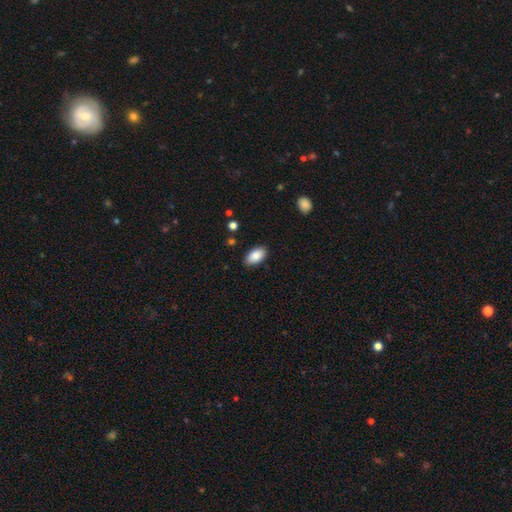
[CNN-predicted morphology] The model was most divided on "merging": none: 86%, minor disturbance: 11%, major disturbance: 2%, merger: 1%. More confident: how rounded — in between (94%); smooth or featured — smooth (87%).